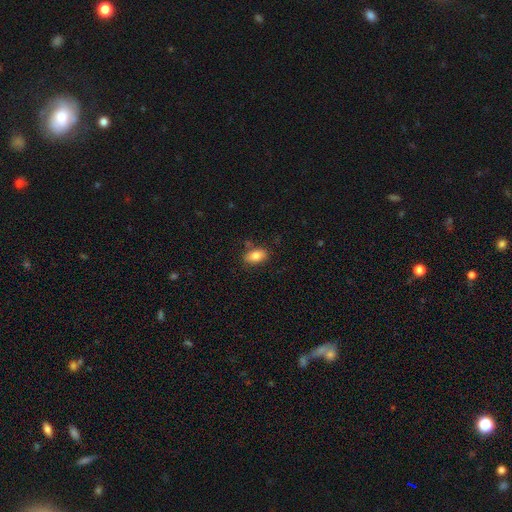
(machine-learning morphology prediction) Smooth or featured? smooth (81%)
How rounded? in between (89%)
Merging? none (79%)